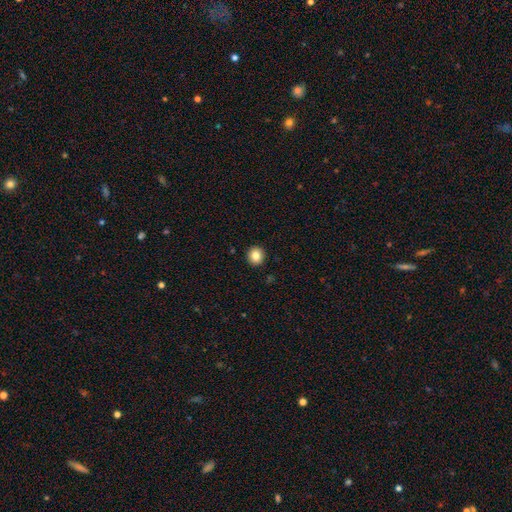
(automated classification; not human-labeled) Overall: smooth (84%). How rounded: round (92%). Merging: none (93%).